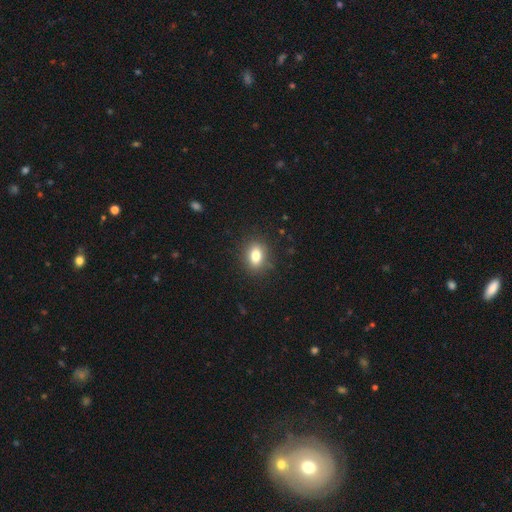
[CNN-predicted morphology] Overall: smooth (80%). How rounded: in between (68%; round 30%). Merging: none (87%).